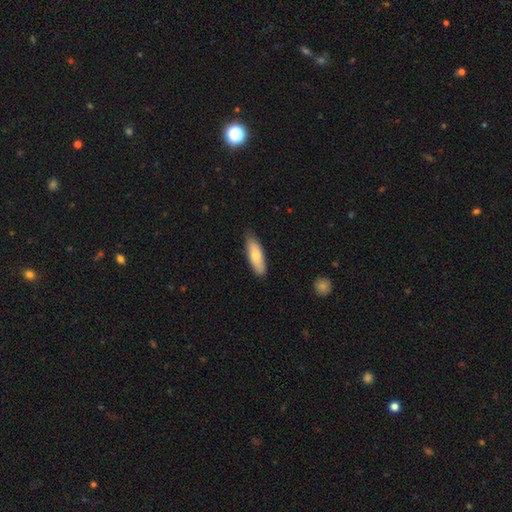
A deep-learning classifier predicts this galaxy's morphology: smooth_or_featured: smooth (p=0.74) [alt: featured or disk p=0.20]
how_rounded: in between (p=0.55) [alt: cigar-shaped p=0.43]
merging: none (p=0.83) [alt: minor disturbance p=0.14]